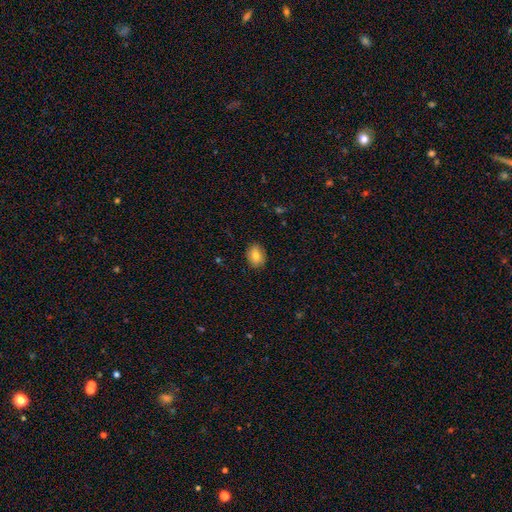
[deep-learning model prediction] Morphology: type=smooth (78%); roundness=in between (64%); merging=none (86%).